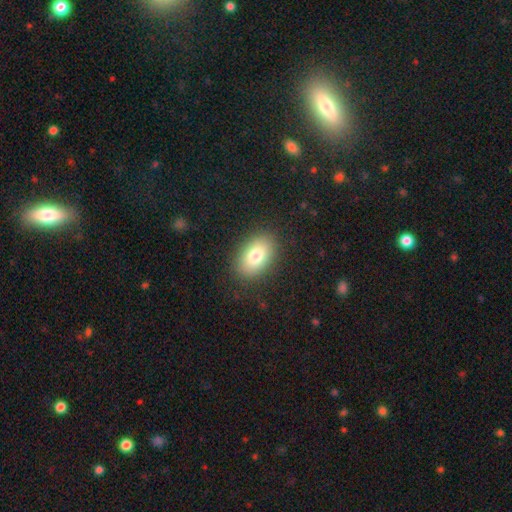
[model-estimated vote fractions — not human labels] smooth 80%, featured or disk 11%, star or artifact 9%. Down the decision tree: how rounded — in between (86%); merging — none (86%).